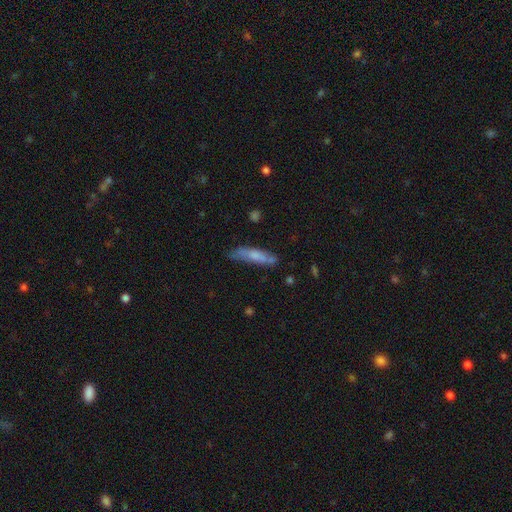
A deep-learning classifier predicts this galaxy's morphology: smooth 63%, featured or disk 30%, star or artifact 7%. Down the decision tree: how rounded — cigar-shaped (79%); merging — none (62%).